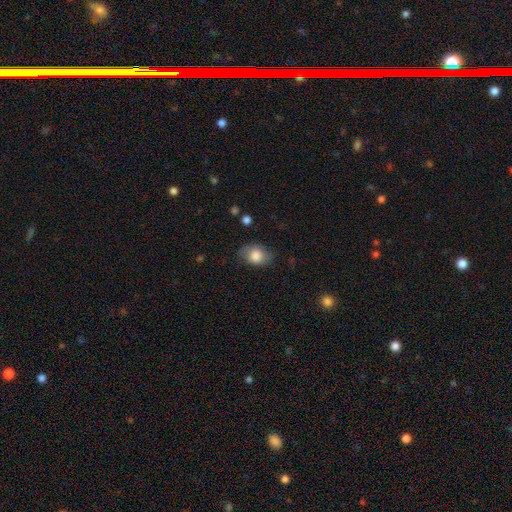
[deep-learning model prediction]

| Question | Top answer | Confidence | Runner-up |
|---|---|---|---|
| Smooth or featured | smooth | 81% | featured or disk (12%) |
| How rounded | in between | 75% | round (24%) |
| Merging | none | 74% | minor disturbance (20%) |